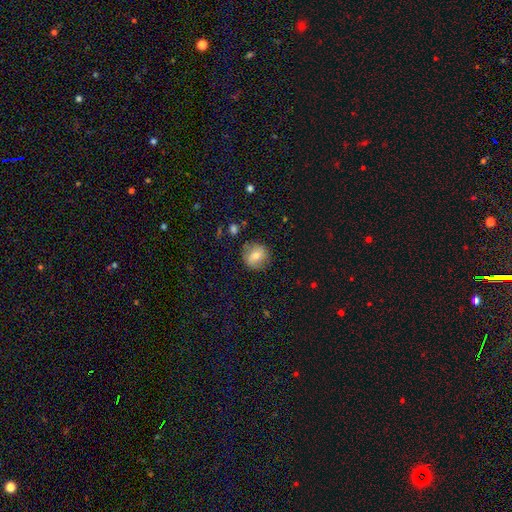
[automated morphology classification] The model was most divided on "smooth or featured": smooth: 71%, featured or disk: 20%, star or artifact: 9%. More confident: how rounded — round (88%); merging — none (82%).